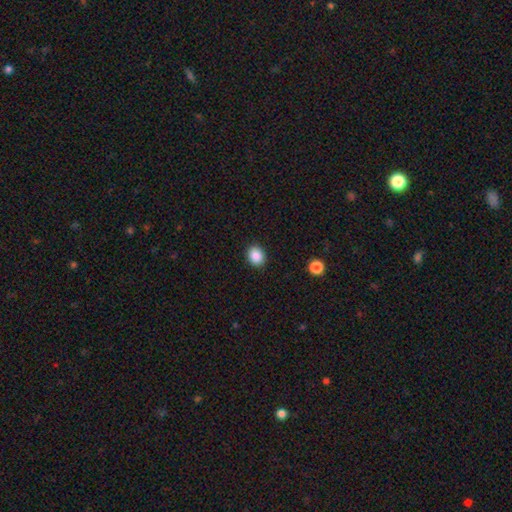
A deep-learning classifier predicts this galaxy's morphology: type=smooth (88%); roundness=round (54%); merging=none (90%).